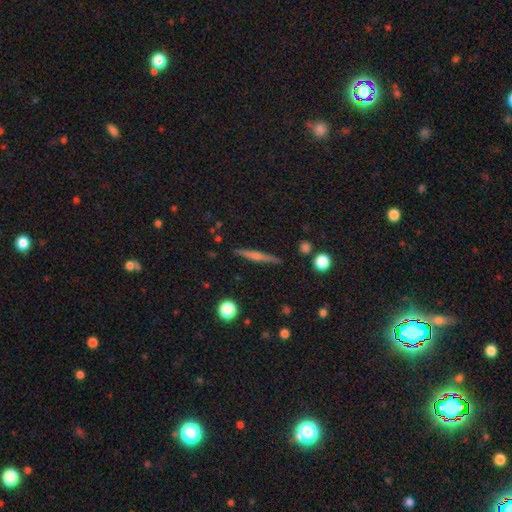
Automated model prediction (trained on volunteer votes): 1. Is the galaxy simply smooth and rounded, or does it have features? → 58% featured or disk, 35% smooth, 8% star or artifact.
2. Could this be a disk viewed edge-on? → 97% yes, 3% no.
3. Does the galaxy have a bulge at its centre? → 57% rounded, 33% none, 10% boxy.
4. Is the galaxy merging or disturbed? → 90% none, 7% minor disturbance, 2% major disturbance, 1% merger.